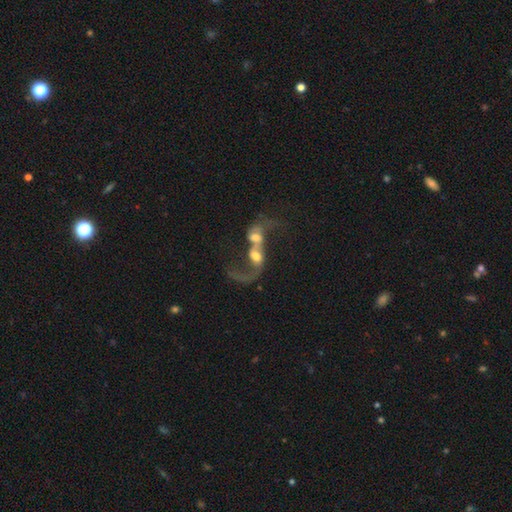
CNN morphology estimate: Smooth or featured? Predicted: featured or disk (p=0.64). Edge-on disk? Predicted: no (p=0.95). Bar? Predicted: no (p=0.62). Spiral arms? Predicted: yes (p=0.70). Bulge size? Predicted: moderate (p=0.48). Merging? Predicted: merger (p=0.83).